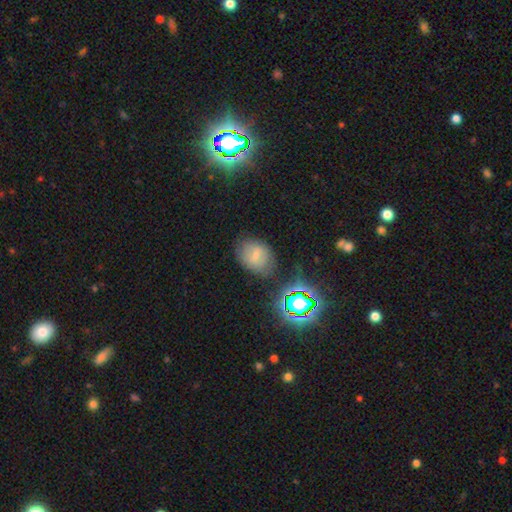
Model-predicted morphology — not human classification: Overall: smooth (57%; featured or disk 26%). How rounded: in between (59%; round 40%). Merging: none (71%).